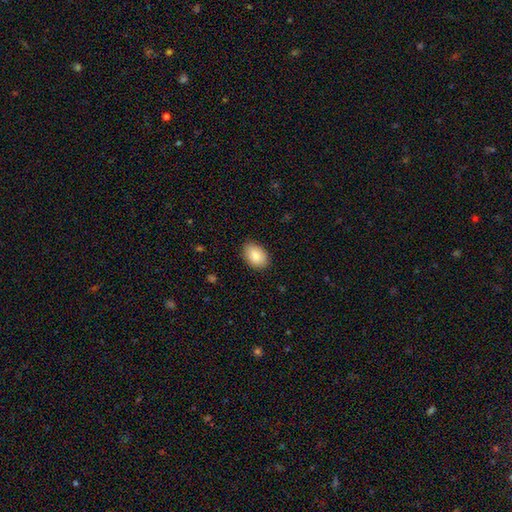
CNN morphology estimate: This is clearly a smooth galaxy (87%). How rounded: clearly in between (86%). Merging: clearly none (86%).